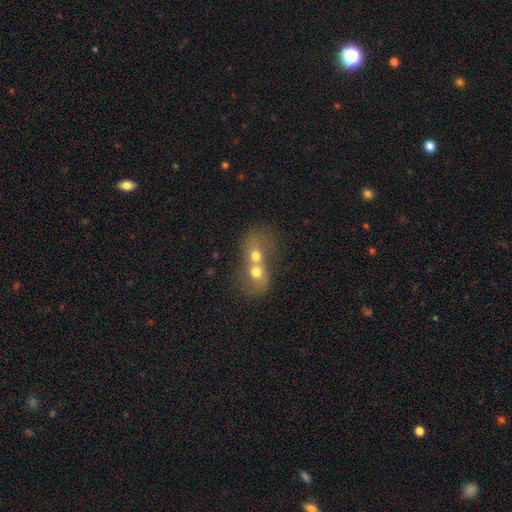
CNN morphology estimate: smooth 61%, featured or disk 28%, star or artifact 11%. Down the decision tree: how rounded — round (60%); merging — merger (82%).